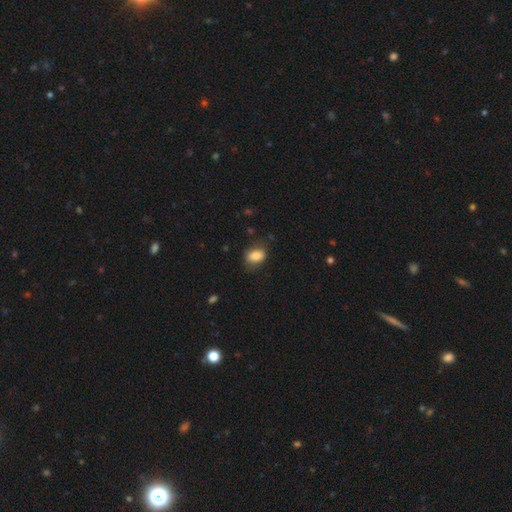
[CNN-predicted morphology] Q: Smooth or featured?
A: smooth (84%); runner-up: star or artifact (8%)
Q: How rounded?
A: in between (80%); runner-up: round (19%)
Q: Merging?
A: none (75%); runner-up: minor disturbance (19%)